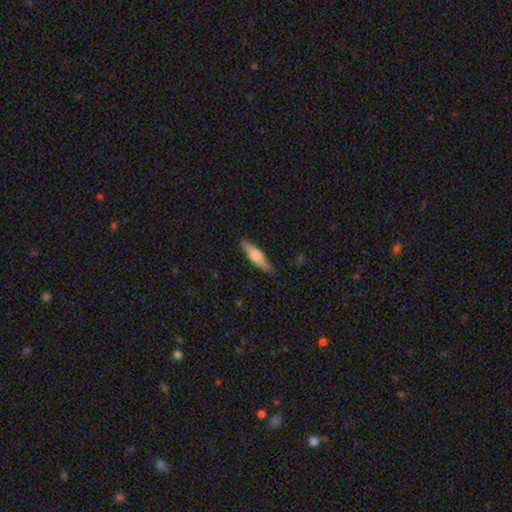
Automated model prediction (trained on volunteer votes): Smooth or featured? Predicted: smooth (p=0.67). How rounded? Predicted: cigar-shaped (p=0.69). Merging? Predicted: none (p=0.83).